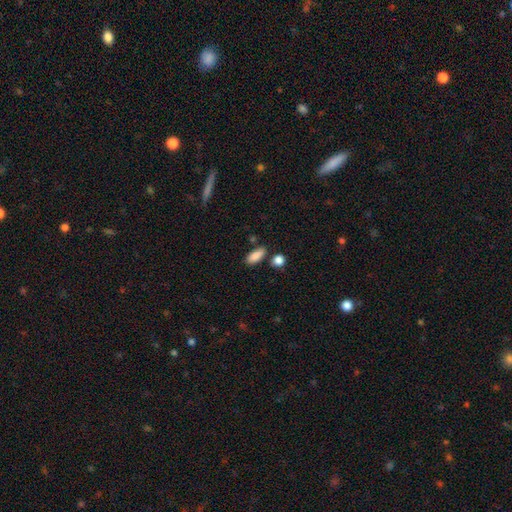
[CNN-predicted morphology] Q: Smooth or featured?
A: smooth (87%); runner-up: star or artifact (8%)
Q: How rounded?
A: in between (82%); runner-up: cigar-shaped (14%)
Q: Merging?
A: none (74%); runner-up: minor disturbance (15%)